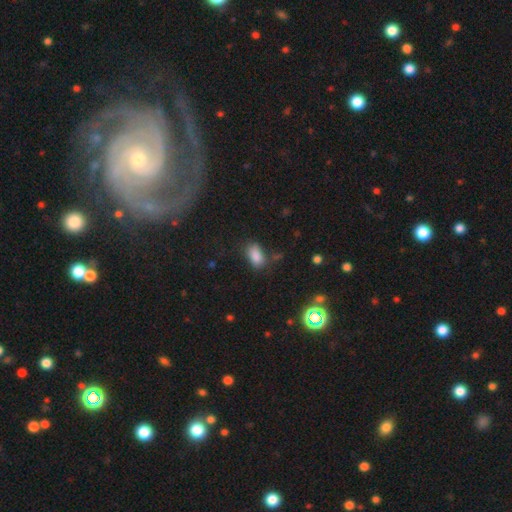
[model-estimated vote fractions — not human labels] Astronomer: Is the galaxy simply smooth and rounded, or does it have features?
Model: smooth — 83%.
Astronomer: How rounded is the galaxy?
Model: in between — 90%.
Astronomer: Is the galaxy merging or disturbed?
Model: none — 67%.